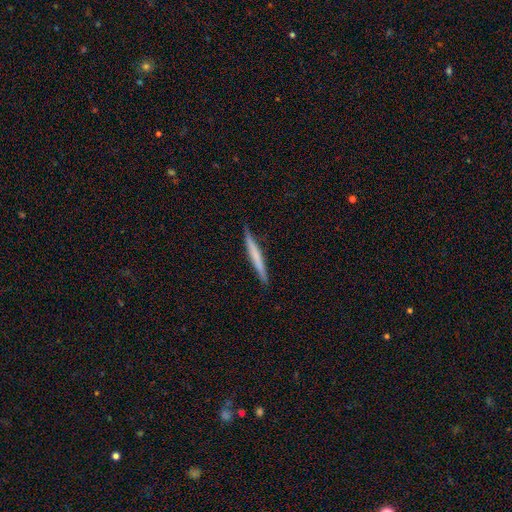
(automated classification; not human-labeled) Overall: smooth (58%; featured or disk 37%). How rounded: cigar-shaped (97%). Merging: none (88%).